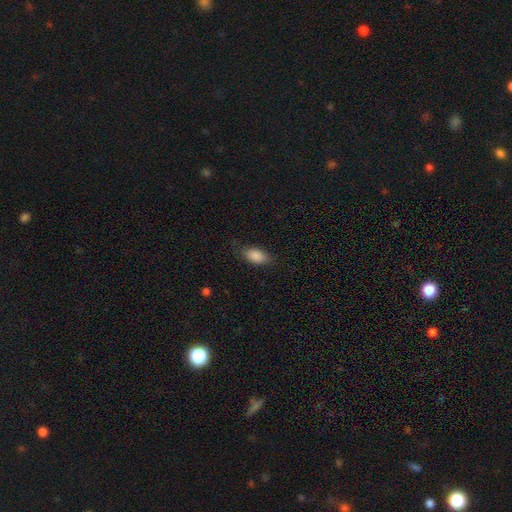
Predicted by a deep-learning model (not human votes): This appears to be a smooth galaxy with no disk features (88%) that is in between round and cigar-shaped (91%). Merging: none (80%).